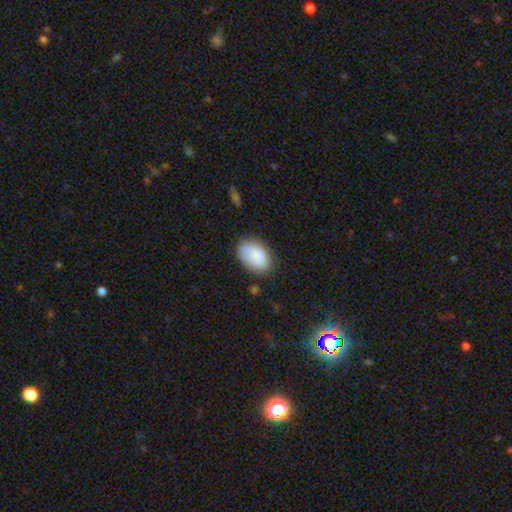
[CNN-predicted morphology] This appears to be a smooth galaxy with no disk features (84%) that is in between round and cigar-shaped (88%). Merging: none (73%).